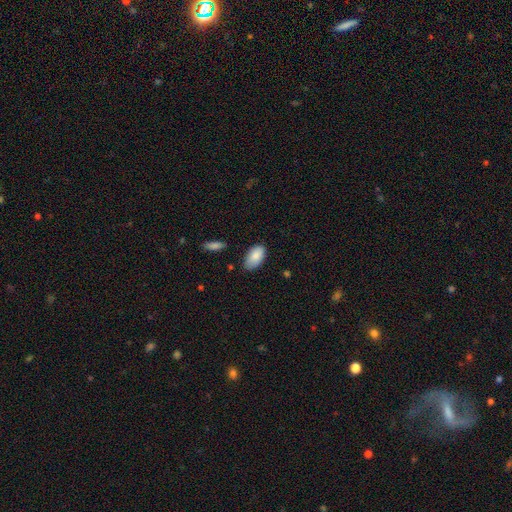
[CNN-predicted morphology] Q: Smooth or featured?
A: smooth (86%); runner-up: featured or disk (8%)
Q: How rounded?
A: in between (95%); runner-up: round (3%)
Q: Merging?
A: none (76%); runner-up: minor disturbance (19%)